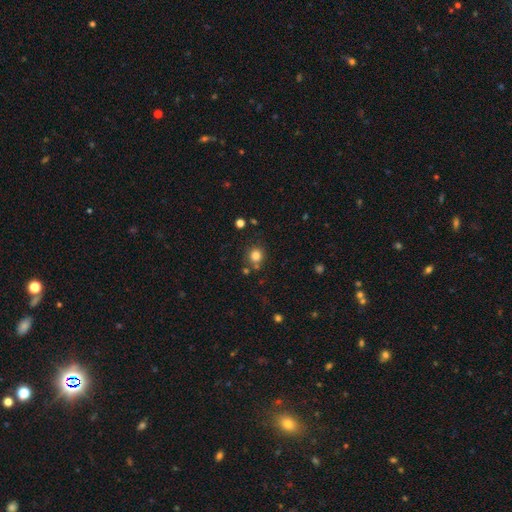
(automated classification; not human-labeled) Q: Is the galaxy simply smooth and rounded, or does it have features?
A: smooth — 81%.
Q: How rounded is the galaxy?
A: round — 88%.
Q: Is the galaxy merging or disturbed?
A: none — 75%.